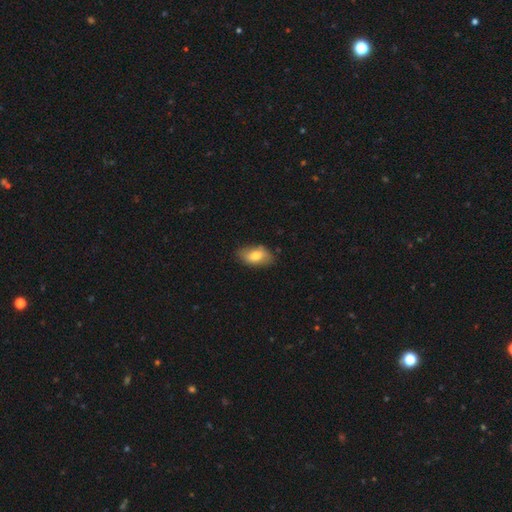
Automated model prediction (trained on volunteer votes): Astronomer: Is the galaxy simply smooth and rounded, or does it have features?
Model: smooth — 75%.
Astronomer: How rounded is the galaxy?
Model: in between — 91%.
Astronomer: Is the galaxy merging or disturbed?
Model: none — 73%.